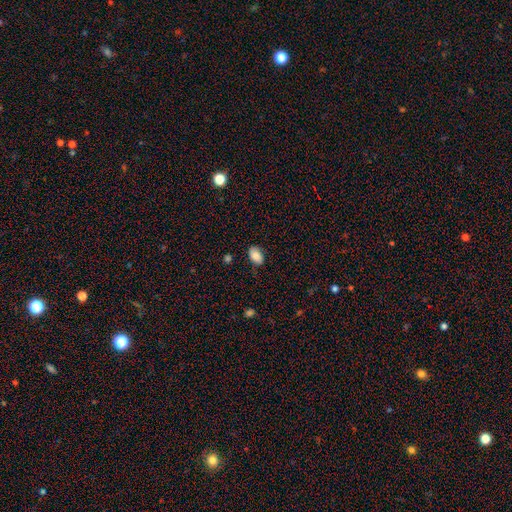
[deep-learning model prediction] This is clearly a smooth galaxy (85%). How rounded: clearly in between (90%). Merging: likely none (76%).